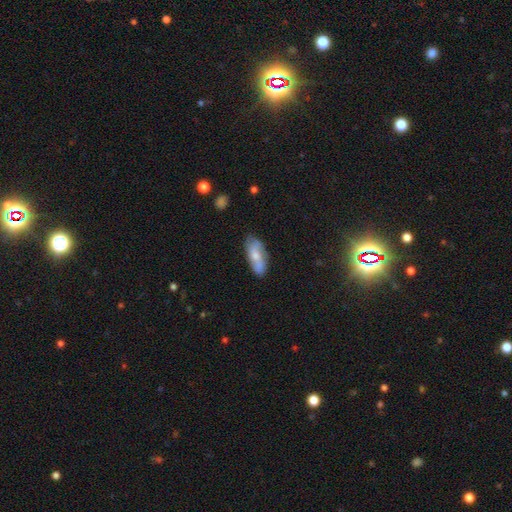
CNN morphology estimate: Smooth or featured?
  - smooth: 48% *
  - featured or disk: 42%
  - star or artifact: 10%
Merging?
  - none: 74% *
  - minor disturbance: 18%
  - major disturbance: 4%
  - merger: 3%